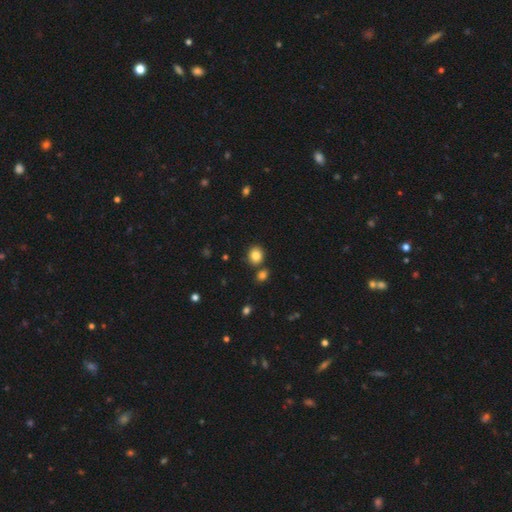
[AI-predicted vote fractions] Morphology: type=smooth (84%); roundness=round (76%); merging=none (77%).